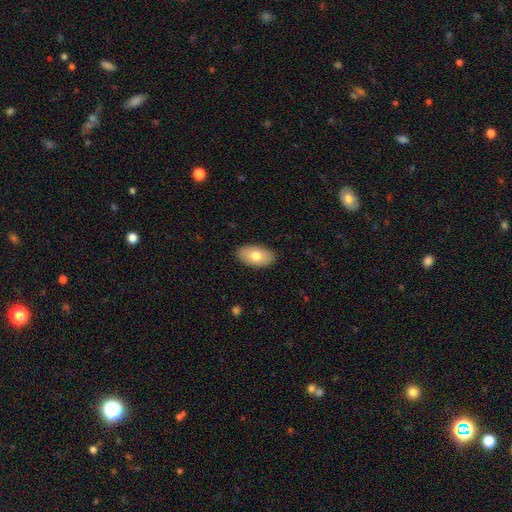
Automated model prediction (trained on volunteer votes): smooth_or_featured: smooth (p=0.76) [alt: featured or disk p=0.18]
how_rounded: in between (p=0.95) [alt: round p=0.04]
merging: none (p=0.89) [alt: minor disturbance p=0.08]